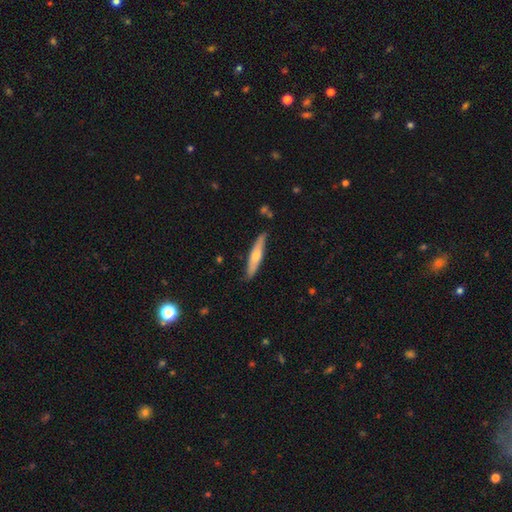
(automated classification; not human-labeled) This appears to be a featured or disk galaxy (49%). Merging: none (86%).